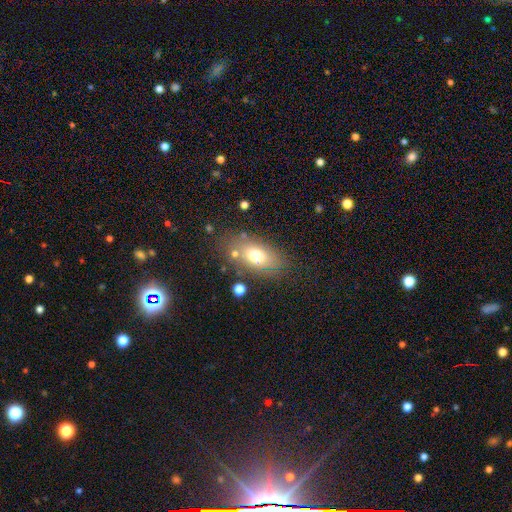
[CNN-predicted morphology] smooth 68%, featured or disk 20%, star or artifact 12%. Down the decision tree: how rounded — in between (83%); merging — none (74%).